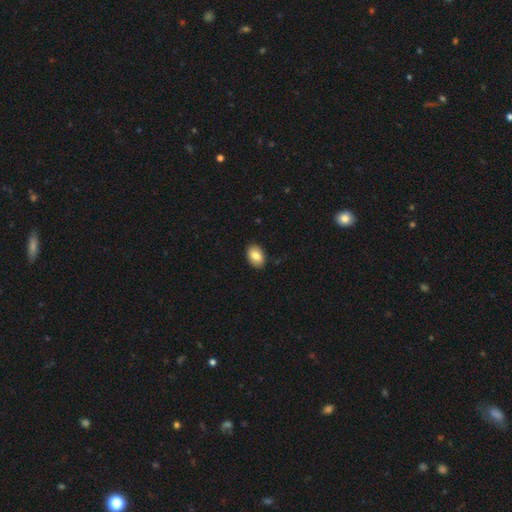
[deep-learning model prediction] A smooth galaxy with no disk features (82%) that is in between round and cigar-shaped (85%).

Vote fractions:
- Smooth or featured? smooth: 82% / featured or disk: 11% / star or artifact: 7%
- How rounded? in between: 85% / round: 14% / cigar-shaped: 1%
- Merging? none: 89% / minor disturbance: 9% / major disturbance: 2% / merger: 1%